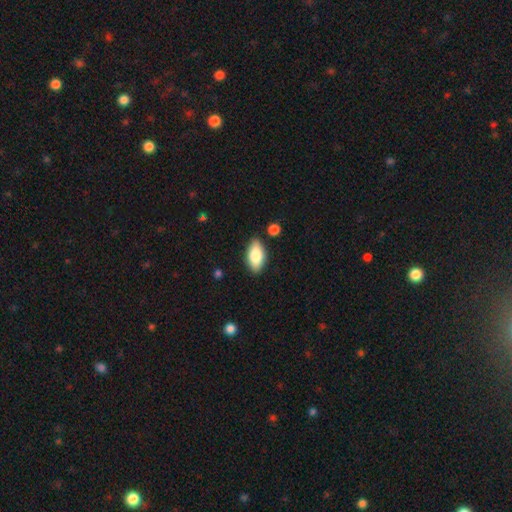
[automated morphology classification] smooth-or-featured: smooth: 81% | featured or disk: 12% | star or artifact: 6%
  how-rounded: in between: 91% | cigar-shaped: 7% | round: 3%
  merging: none: 84% | minor disturbance: 11% | merger: 3% | major disturbance: 2%